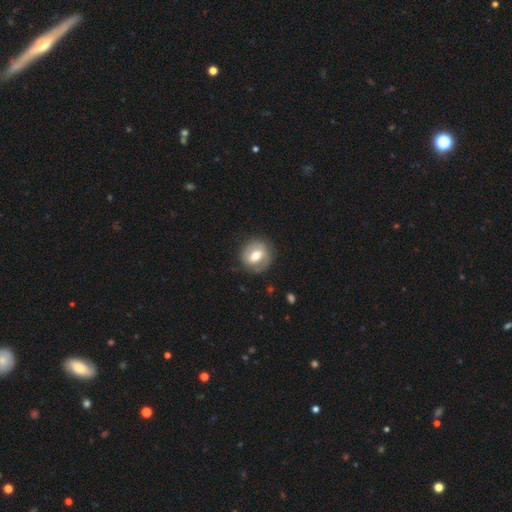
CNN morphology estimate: The model was most divided on "smooth or featured": featured or disk: 48%, smooth: 45%, star or artifact: 7%. More confident: merging — none (82%).